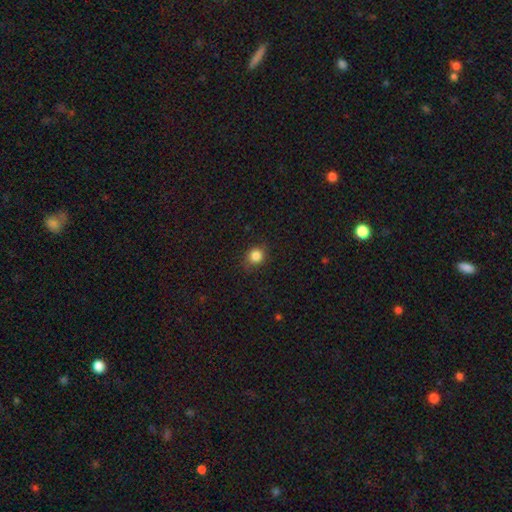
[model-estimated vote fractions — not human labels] Smooth or featured? smooth (84%)
How rounded? round (82%)
Merging? none (84%)